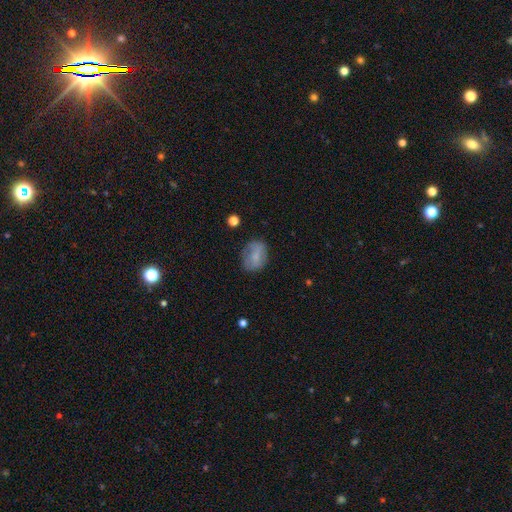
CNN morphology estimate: Smooth or featured? Predicted: smooth (p=0.69). How rounded? Predicted: in between (p=0.62). Merging? Predicted: none (p=0.65).